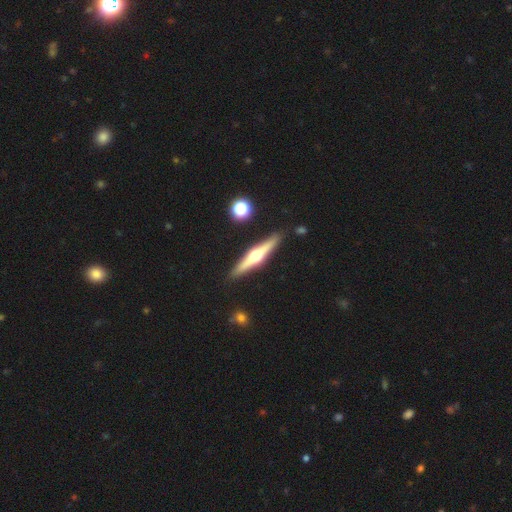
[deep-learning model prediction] Smooth or featured? Predicted: featured or disk (p=0.70). Edge-on disk? Predicted: yes (p=0.97). Edge-on bulge? Predicted: rounded (p=0.94). Merging? Predicted: none (p=0.90).